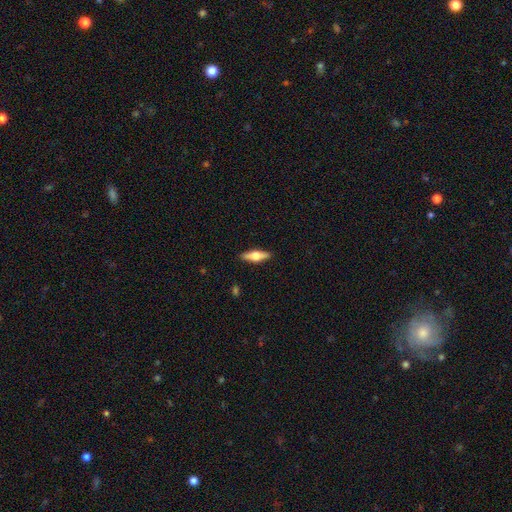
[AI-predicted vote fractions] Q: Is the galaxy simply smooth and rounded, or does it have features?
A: featured or disk — 48%.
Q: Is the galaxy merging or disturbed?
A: none — 90%.